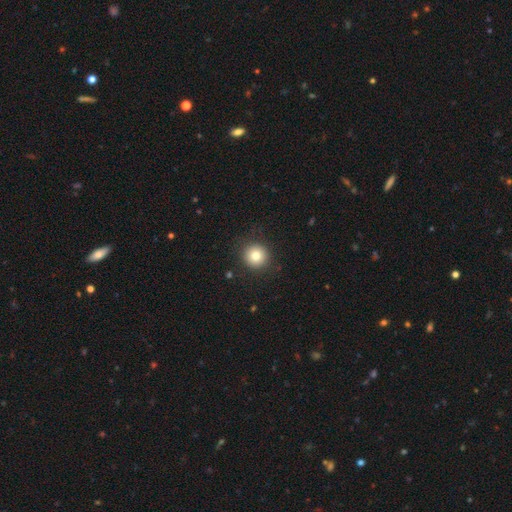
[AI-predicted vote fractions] smooth-or-featured: smooth: 80% | star or artifact: 11% | featured or disk: 9%
  how-rounded: round: 94% | in between: 5% | cigar-shaped: 1%
  merging: none: 88% | minor disturbance: 8% | major disturbance: 3% | merger: 1%